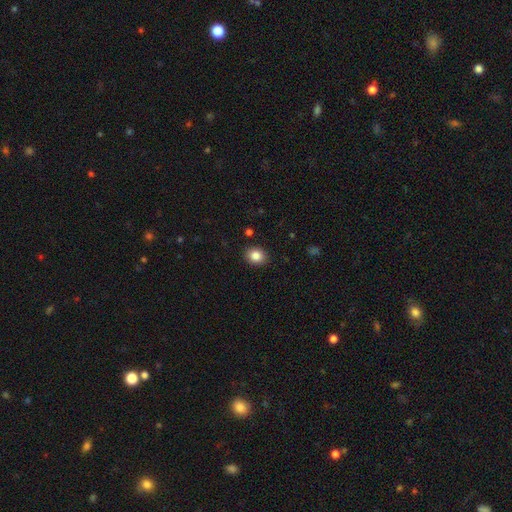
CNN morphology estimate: This is clearly a smooth galaxy (85%). How rounded: possibly round (54%). Merging: clearly none (89%).